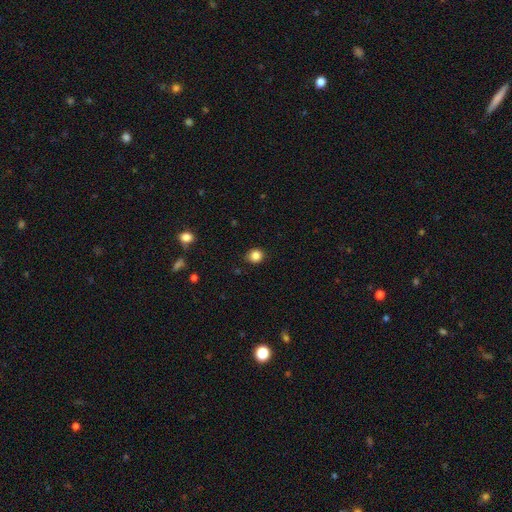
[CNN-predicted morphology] smooth 85%, star or artifact 11%, featured or disk 4%. Down the decision tree: how rounded — round (83%); merging — none (88%).